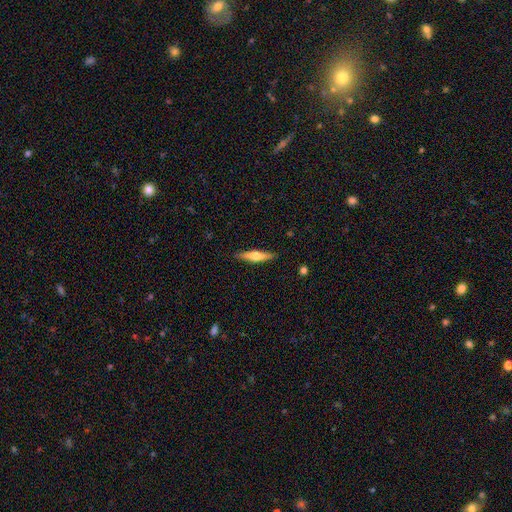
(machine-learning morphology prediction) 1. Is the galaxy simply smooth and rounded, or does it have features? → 52% featured or disk, 42% smooth, 6% star or artifact.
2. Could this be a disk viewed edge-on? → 94% yes, 6% no.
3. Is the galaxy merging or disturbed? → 89% none, 9% minor disturbance, 2% major disturbance, 1% merger.